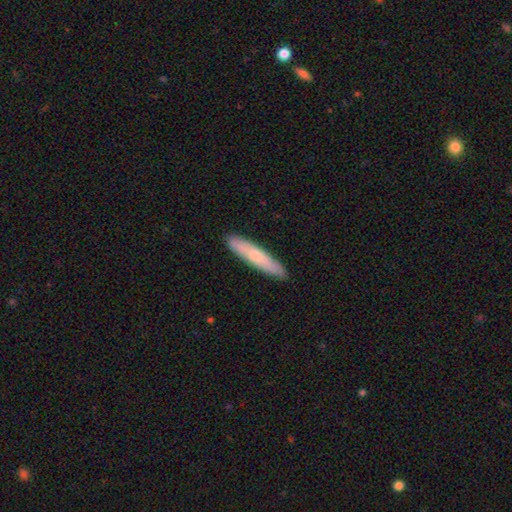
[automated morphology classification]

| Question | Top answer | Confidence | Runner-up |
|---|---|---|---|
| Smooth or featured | smooth | 64% | featured or disk (31%) |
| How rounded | cigar-shaped | 88% | in between (11%) |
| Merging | none | 89% | minor disturbance (8%) |